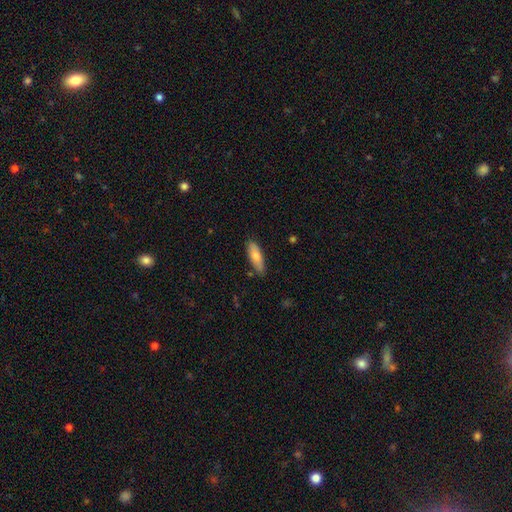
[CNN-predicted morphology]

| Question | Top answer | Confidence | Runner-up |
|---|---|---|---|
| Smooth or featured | smooth | 76% | featured or disk (19%) |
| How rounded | in between | 59% | cigar-shaped (39%) |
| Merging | none | 83% | minor disturbance (13%) |